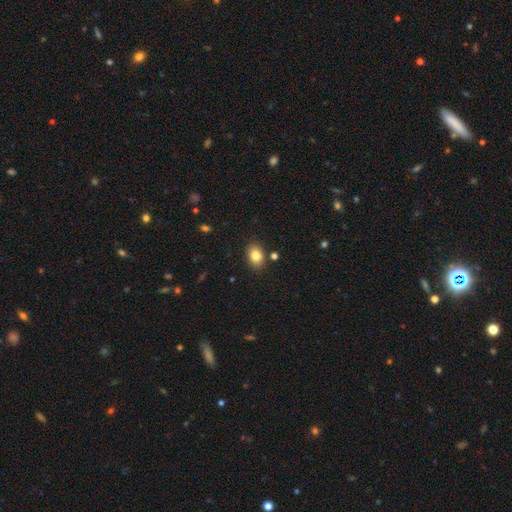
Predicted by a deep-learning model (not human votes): This appears to be a smooth galaxy with no disk features (83%) that is in between round and cigar-shaped (77%). Merging: none (84%).